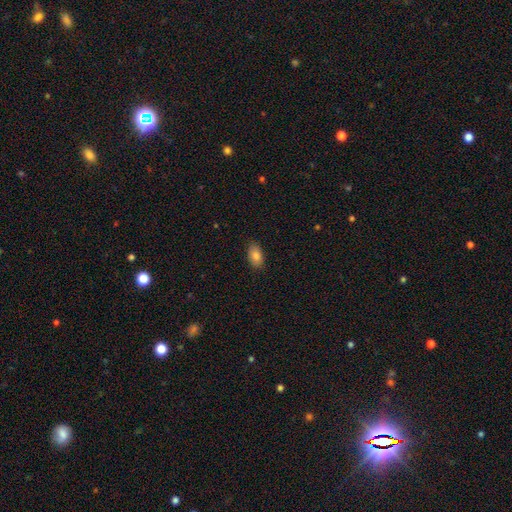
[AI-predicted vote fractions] This is clearly a smooth galaxy (85%). How rounded: clearly in between (92%). Merging: clearly none (87%).